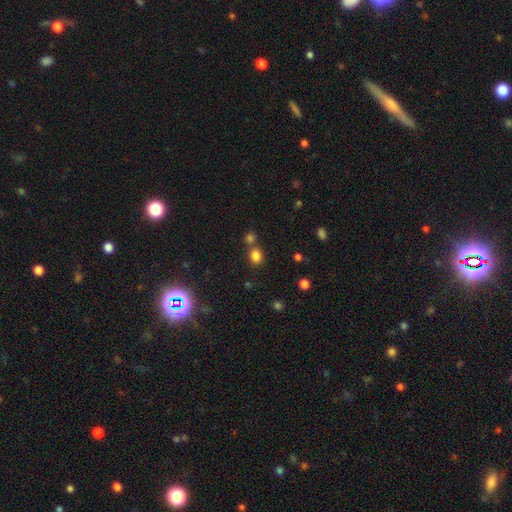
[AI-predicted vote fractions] Smooth or featured: smooth — 80% (star or artifact — 15%)
How rounded: round — 64% (in between — 35%)
Merging: none — 67% (merger — 22%)